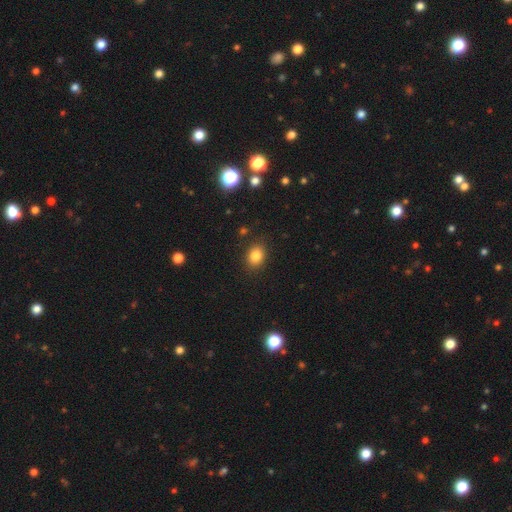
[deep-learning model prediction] This appears to be a smooth galaxy with no disk features (84%) that is in between round and cigar-shaped (57%). Merging: none (87%).